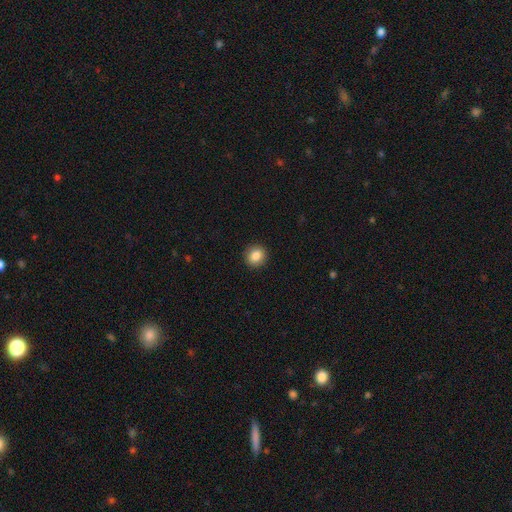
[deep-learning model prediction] Smooth or featured? Predicted: smooth (p=0.86). How rounded? Predicted: round (p=0.82). Merging? Predicted: none (p=0.92).